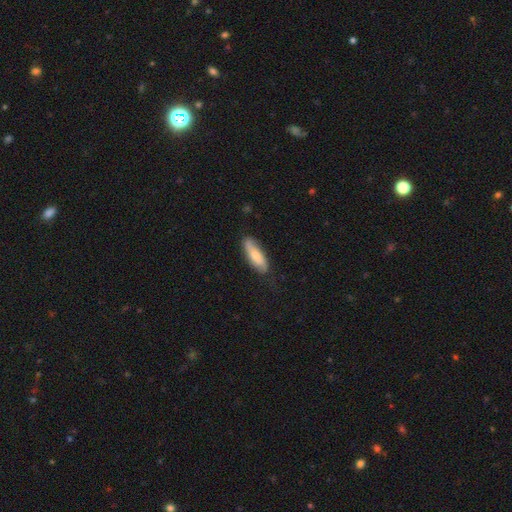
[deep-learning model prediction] A smooth galaxy with no disk features (66%) that is in between round and cigar-shaped (57%). Merging: none (76%).